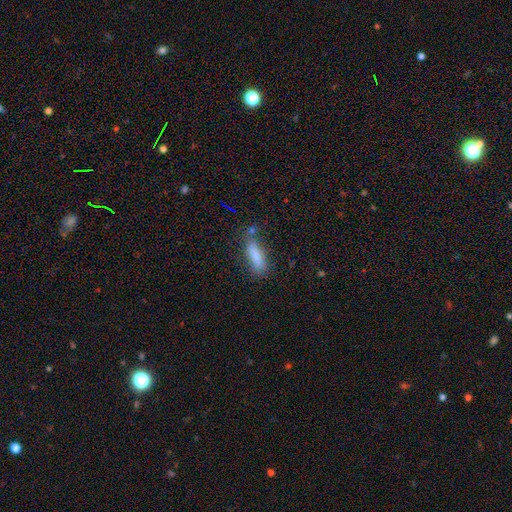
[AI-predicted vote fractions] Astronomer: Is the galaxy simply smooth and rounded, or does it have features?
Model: smooth — 83%.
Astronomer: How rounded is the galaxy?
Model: cigar-shaped — 51% (runner-up: in between, 47%).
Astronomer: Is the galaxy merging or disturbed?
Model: none — 67%.